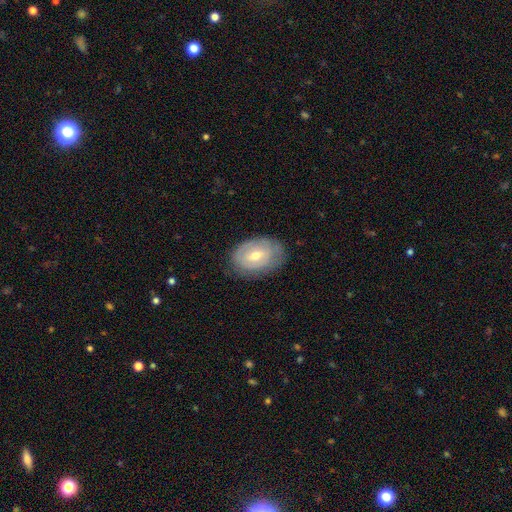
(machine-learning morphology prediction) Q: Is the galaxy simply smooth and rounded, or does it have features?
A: featured or disk — 50%.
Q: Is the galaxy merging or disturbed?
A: none — 72%.